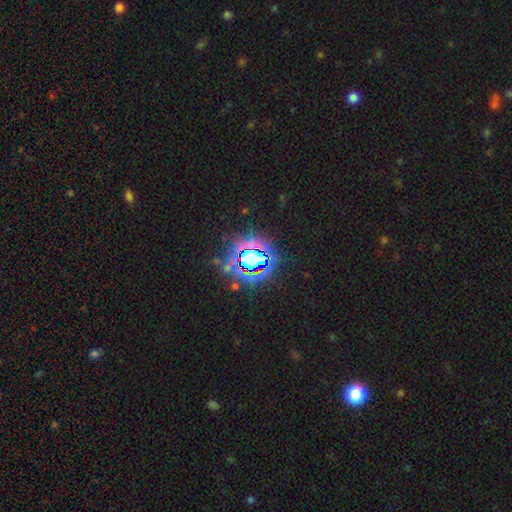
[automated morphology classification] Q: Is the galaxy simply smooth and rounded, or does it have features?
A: star or artifact — 70%.